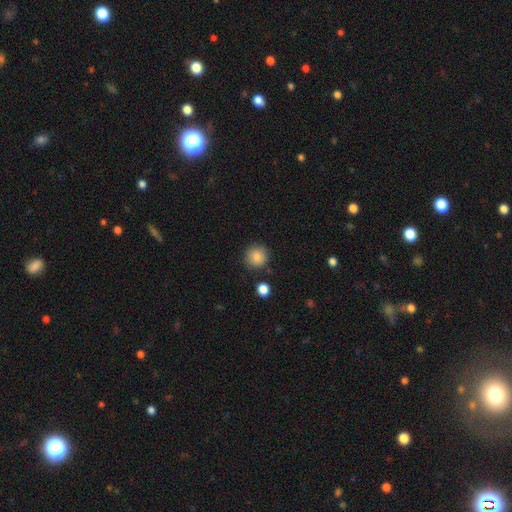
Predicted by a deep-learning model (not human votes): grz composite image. It shows a smooth galaxy with no disk features (84%) that is round (93%). Merging: none (88%).